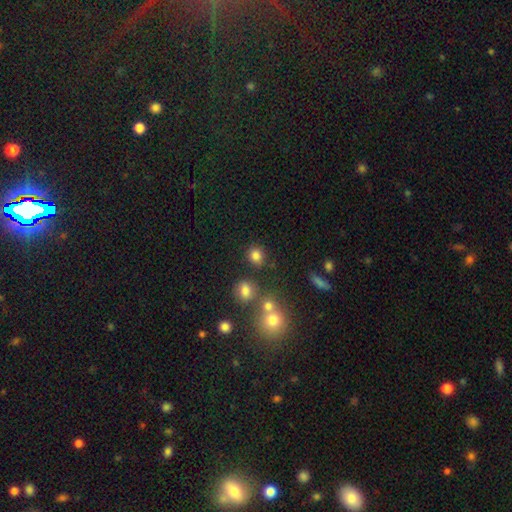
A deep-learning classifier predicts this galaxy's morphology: A smooth galaxy with no disk features (81%) that is round (78%).

Vote fractions:
- Smooth or featured? smooth: 81% / star or artifact: 13% / featured or disk: 6%
- How rounded? round: 78% / in between: 21% / cigar-shaped: 1%
- Merging? none: 80% / minor disturbance: 9% / merger: 7% / major disturbance: 3%